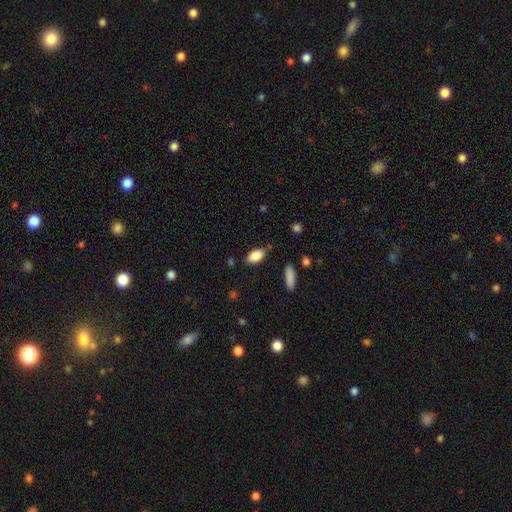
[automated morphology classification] smooth-or-featured: smooth: 85% | featured or disk: 8% | star or artifact: 7%
  how-rounded: in between: 88% | cigar-shaped: 9% | round: 3%
  merging: none: 80% | minor disturbance: 14% | merger: 3% | major disturbance: 3%